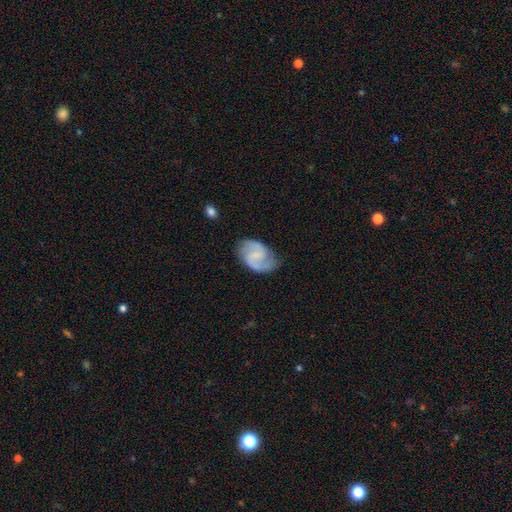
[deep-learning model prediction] Q: Smooth or featured?
A: featured or disk (80%); runner-up: smooth (15%)
Q: Edge-on disk?
A: no (98%); runner-up: yes (2%)
Q: Bar?
A: weak (55%); runner-up: no (30%)
Q: Spiral arms?
A: yes (95%); runner-up: no (5%)
Q: Spiral winding?
A: medium (52%); runner-up: loose (30%)
Q: Spiral arm count?
A: 2 (90%); runner-up: can't tell (4%)
Q: Bulge size?
A: small (51%); runner-up: none (33%)
Q: Merging?
A: none (74%); runner-up: minor disturbance (19%)